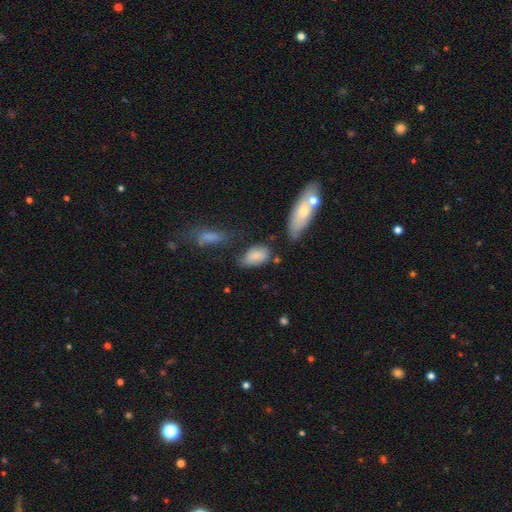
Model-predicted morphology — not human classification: A smooth galaxy with no disk features (78%) that is in between round and cigar-shaped (91%).

Vote fractions:
- Smooth or featured? smooth: 78% / featured or disk: 14% / star or artifact: 8%
- How rounded? in between: 91% / round: 6% / cigar-shaped: 3%
- Merging? none: 49% / minor disturbance: 31% / major disturbance: 11% / merger: 9%